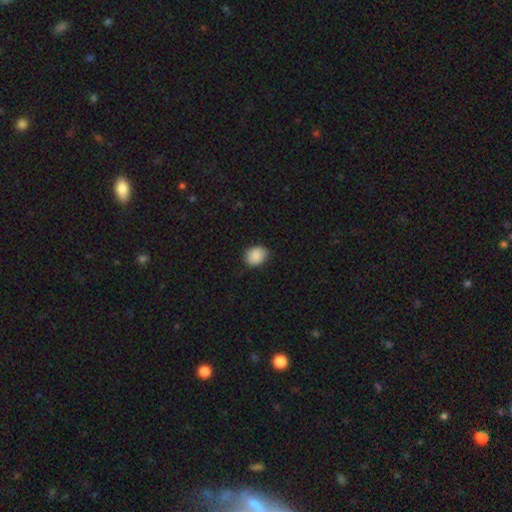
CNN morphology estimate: A smooth galaxy with no disk features (89%) that is in between round and cigar-shaped (52%). Merging: none (83%).